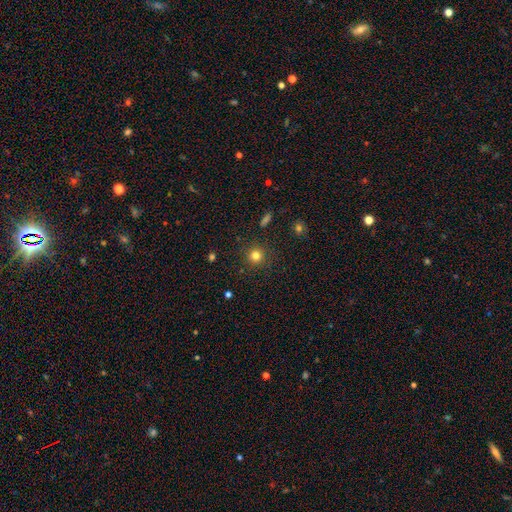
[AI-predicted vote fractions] This appears to be a smooth galaxy with no disk features (80%) that is round (94%). Merging: none (89%).